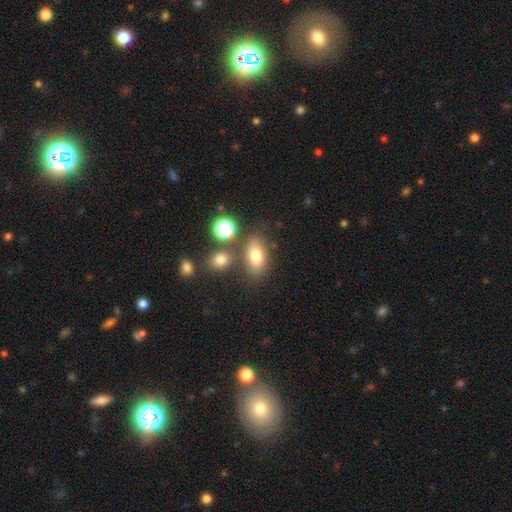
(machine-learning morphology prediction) Smooth or featured?
  - smooth: 74% *
  - featured or disk: 14%
  - star or artifact: 13%
How rounded?
  - in between: 80% *
  - round: 14%
  - cigar-shaped: 6%
Merging?
  - none: 71% *
  - minor disturbance: 12%
  - merger: 12%
  - major disturbance: 5%